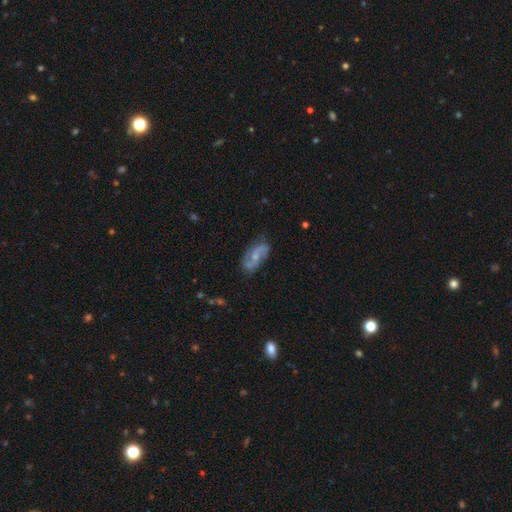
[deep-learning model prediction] This appears to be a featured or disk galaxy (67%) with no bar (52%), 2 (85%) loose (42%) spiral arms (87%) and a small central bulge (50%). Merging: none (69%).